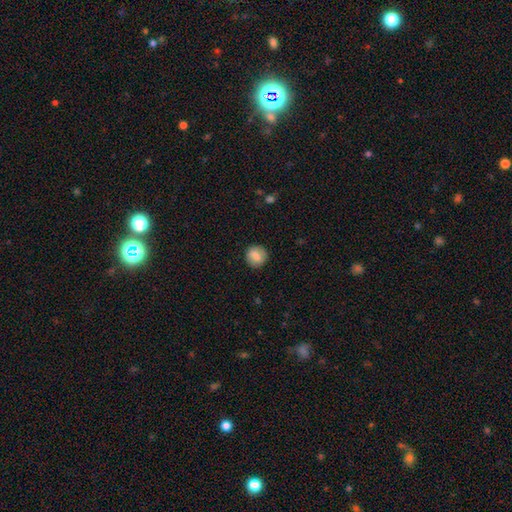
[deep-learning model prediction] smooth 80%, featured or disk 12%, star or artifact 8%. Down the decision tree: how rounded — round (86%); merging — none (87%).